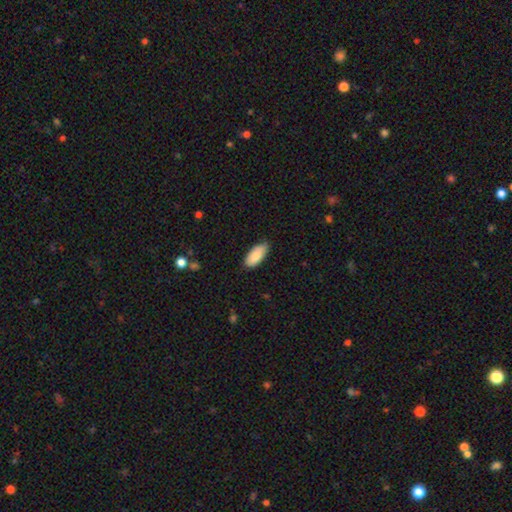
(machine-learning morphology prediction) A smooth galaxy with no disk features (84%) that is in between round and cigar-shaped (89%).

Vote fractions:
- Smooth or featured? smooth: 84% / featured or disk: 10% / star or artifact: 6%
- How rounded? in between: 89% / cigar-shaped: 10% / round: 2%
- Merging? none: 76% / minor disturbance: 21% / major disturbance: 3% / merger: 1%